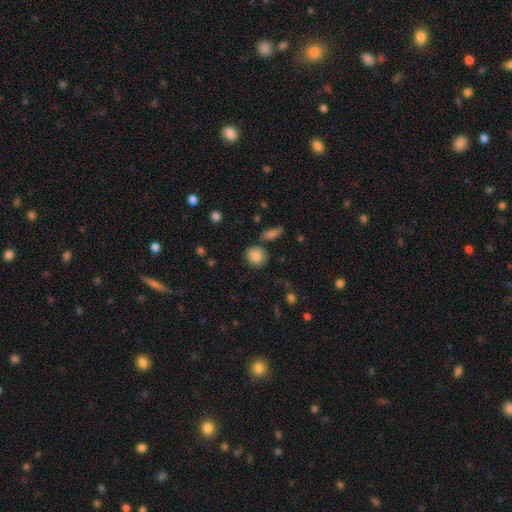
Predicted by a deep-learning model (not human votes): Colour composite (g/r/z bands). It shows a smooth galaxy with no disk features (84%) that is round (79%). Merging: none (76%).